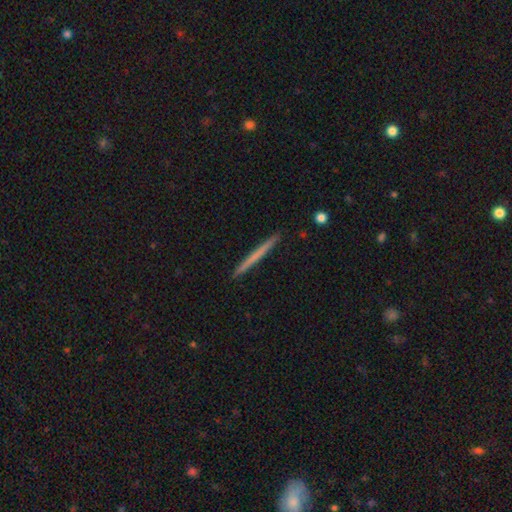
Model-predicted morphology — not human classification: Smooth or featured? smooth (55%)
How rounded? cigar-shaped (97%)
Merging? none (93%)